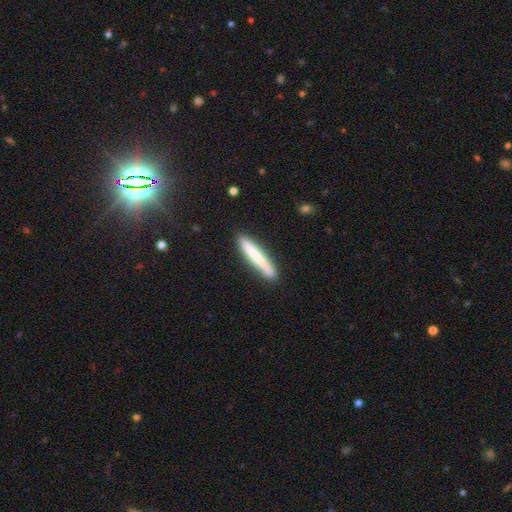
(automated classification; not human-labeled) This appears to be a smooth galaxy with no disk features (70%) that is cigar-shaped (94%). Merging: none (89%).